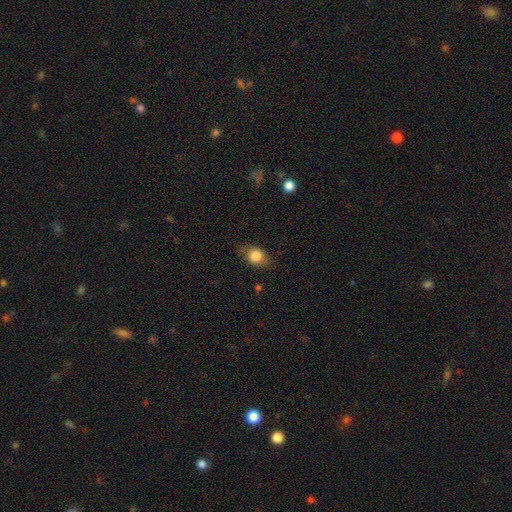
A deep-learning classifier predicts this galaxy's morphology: Smooth or featured? Predicted: smooth (p=0.79). How rounded? Predicted: in between (p=0.61). Merging? Predicted: none (p=0.74).